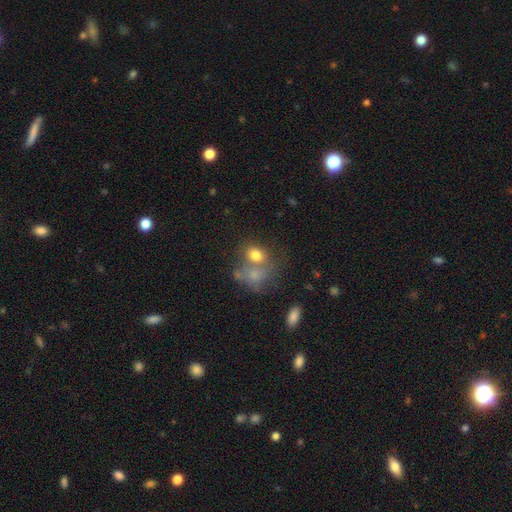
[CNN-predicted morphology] Overall: smooth (74%). How rounded: in between (56%; round 43%). Merging: merger (44%; none 36%).